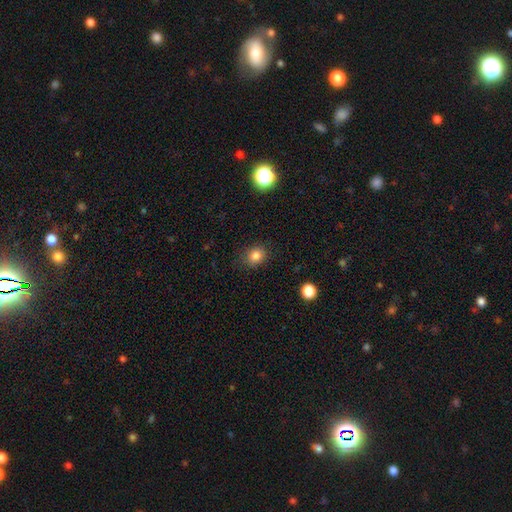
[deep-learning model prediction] Overall: smooth (82%). How rounded: round (68%; in between 31%). Merging: none (85%).